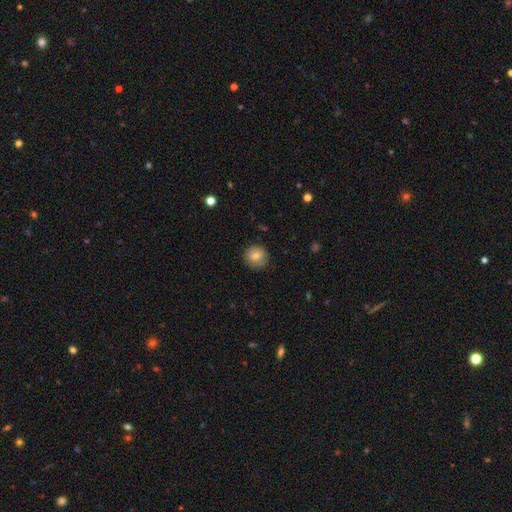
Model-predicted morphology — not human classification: Overall: smooth (77%). How rounded: round (89%). Merging: none (86%).